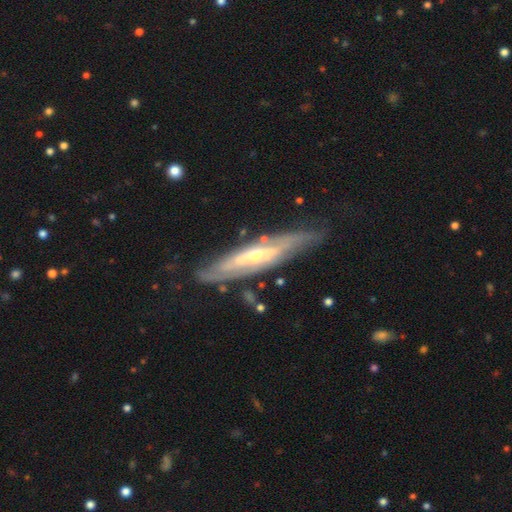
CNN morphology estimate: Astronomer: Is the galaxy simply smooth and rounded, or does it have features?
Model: featured or disk — 81%.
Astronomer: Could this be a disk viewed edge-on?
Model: no — 52% (runner-up: yes, 48%).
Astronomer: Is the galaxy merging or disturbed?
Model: none — 72%.